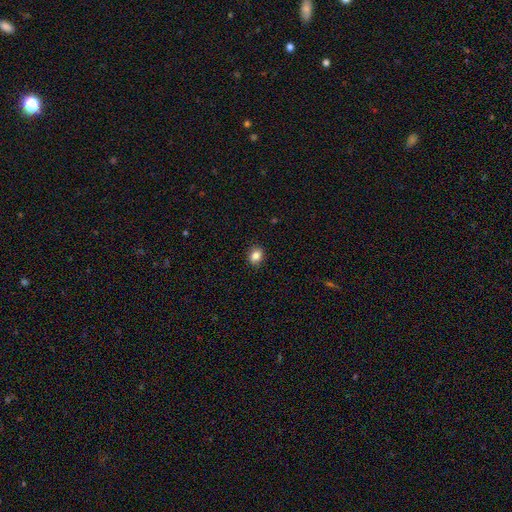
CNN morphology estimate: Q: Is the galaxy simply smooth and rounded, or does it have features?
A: smooth — 85%.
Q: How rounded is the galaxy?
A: round — 54%.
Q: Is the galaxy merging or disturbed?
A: none — 89%.